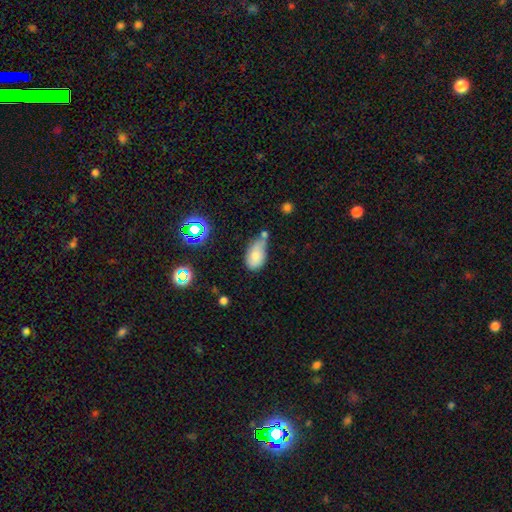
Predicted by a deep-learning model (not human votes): Morphology: type=smooth (76%); roundness=in between (90%); merging=minor disturbance (32%).